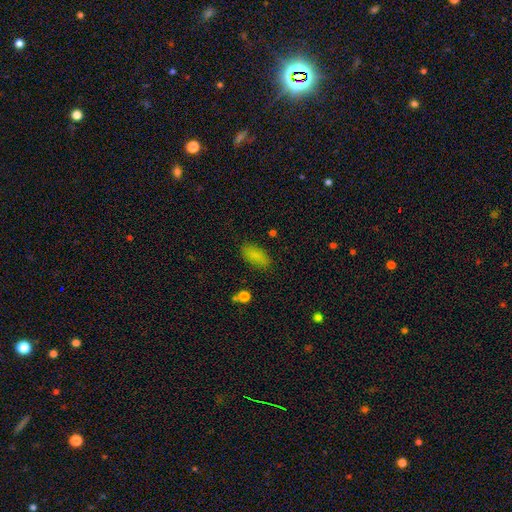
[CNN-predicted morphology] This appears to be a smooth galaxy with no disk features (84%) that is in between round and cigar-shaped (87%). Merging: none (83%).